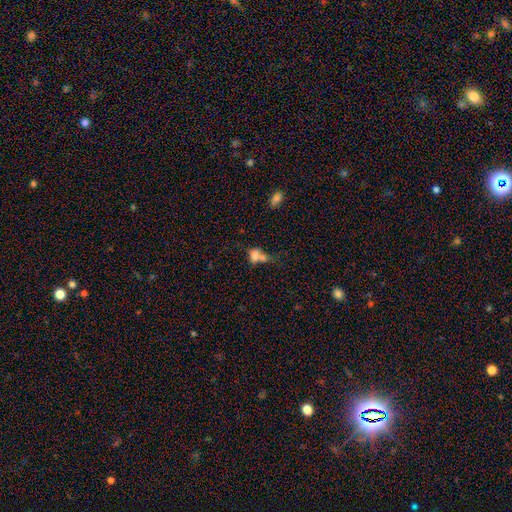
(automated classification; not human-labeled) Smooth or featured?
  - smooth: 71% *
  - featured or disk: 17%
  - star or artifact: 12%
How rounded?
  - in between: 57% *
  - round: 41%
  - cigar-shaped: 3%
Merging?
  - merger: 60% *
  - none: 22%
  - minor disturbance: 10%
  - major disturbance: 8%